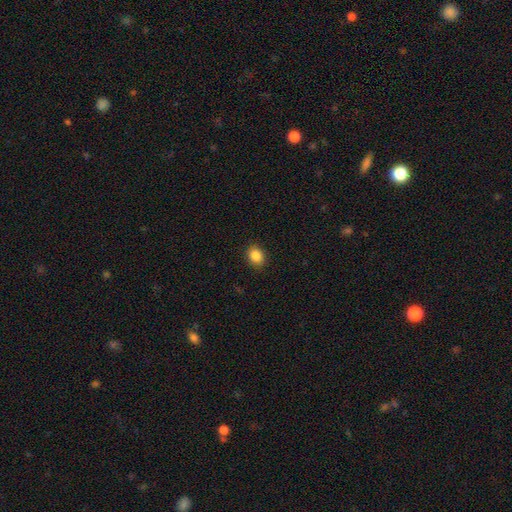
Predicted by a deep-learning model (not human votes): smooth-or-featured: smooth: 87% | star or artifact: 9% | featured or disk: 4%
  how-rounded: round: 50% | in between: 49% | cigar-shaped: 1%
  merging: none: 88% | minor disturbance: 8% | major disturbance: 2% | merger: 1%